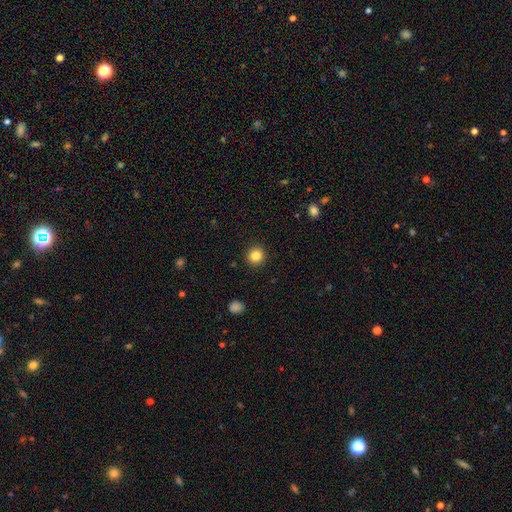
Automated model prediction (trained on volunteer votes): smooth_or_featured: smooth (p=0.84) [alt: star or artifact p=0.11]
how_rounded: round (p=0.94) [alt: in between p=0.05]
merging: none (p=0.93) [alt: minor disturbance p=0.05]